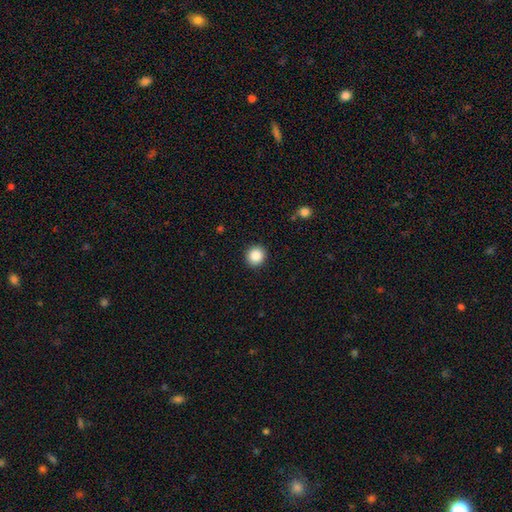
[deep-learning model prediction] Smooth or featured?
  - smooth: 87% *
  - star or artifact: 9%
  - featured or disk: 3%
How rounded?
  - round: 92% *
  - in between: 7%
  - cigar-shaped: 1%
Merging?
  - none: 92% *
  - minor disturbance: 5%
  - major disturbance: 2%
  - merger: 1%